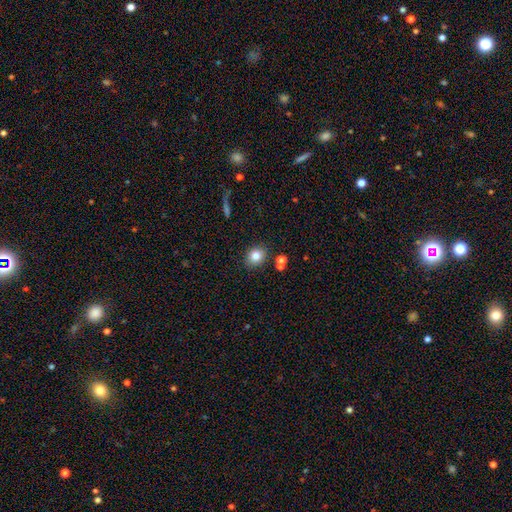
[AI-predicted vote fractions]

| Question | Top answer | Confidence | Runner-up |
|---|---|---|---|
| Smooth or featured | smooth | 80% | star or artifact (11%) |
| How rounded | round | 63% | in between (36%) |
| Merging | none | 85% | minor disturbance (9%) |